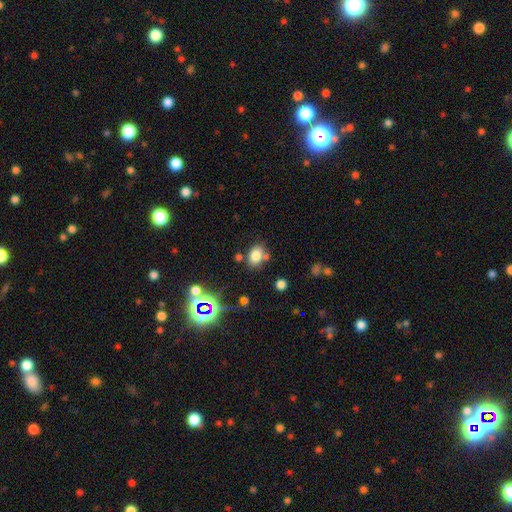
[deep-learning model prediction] A smooth galaxy with no disk features (77%) that is in between round and cigar-shaped (73%).

Vote fractions:
- Smooth or featured? smooth: 77% / star or artifact: 15% / featured or disk: 9%
- How rounded? in between: 73% / round: 25% / cigar-shaped: 1%
- Merging? none: 66% / minor disturbance: 15% / merger: 14% / major disturbance: 5%